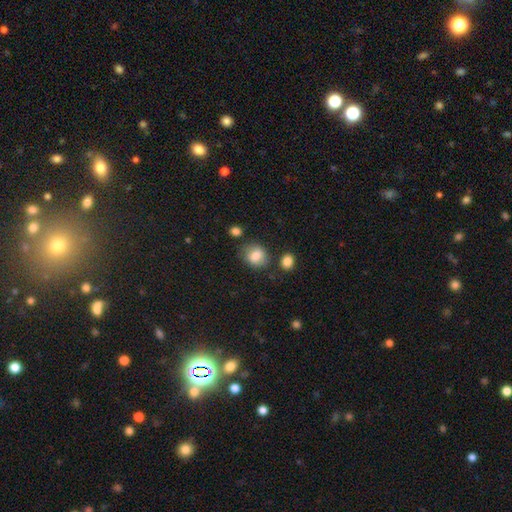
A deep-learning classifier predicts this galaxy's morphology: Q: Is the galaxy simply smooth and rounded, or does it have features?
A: smooth — 81%.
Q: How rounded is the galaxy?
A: round — 55%.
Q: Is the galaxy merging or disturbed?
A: none — 70%.